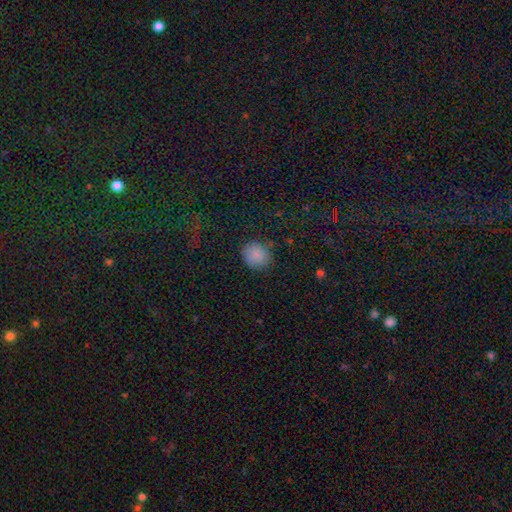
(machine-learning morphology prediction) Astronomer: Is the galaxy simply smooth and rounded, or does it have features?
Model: smooth — 84%.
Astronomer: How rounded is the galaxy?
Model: round — 82%.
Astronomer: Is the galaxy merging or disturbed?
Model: none — 83%.